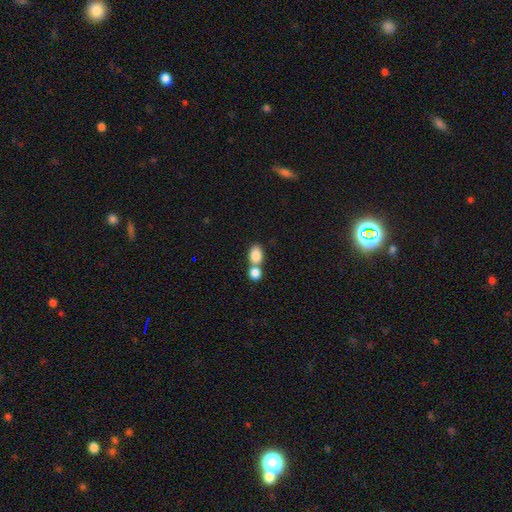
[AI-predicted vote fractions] A smooth galaxy with no disk features (84%) that is in between round and cigar-shaped (75%).

Vote fractions:
- Smooth or featured? smooth: 84% / star or artifact: 8% / featured or disk: 8%
- How rounded? in between: 75% / round: 23% / cigar-shaped: 2%
- Merging? merger: 54% / none: 36% / minor disturbance: 7% / major disturbance: 3%